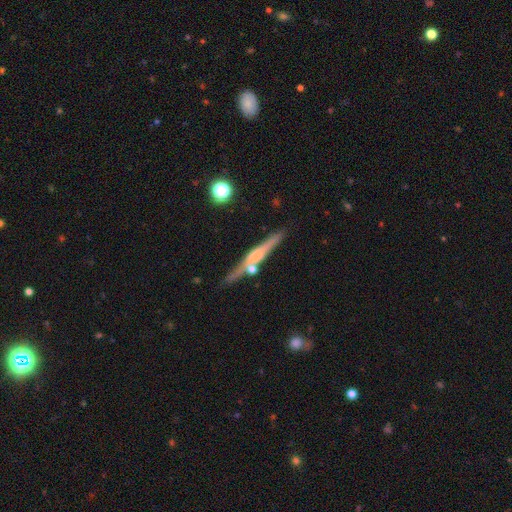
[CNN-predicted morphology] A featured or disk galaxy (63%) viewed edge-on (95%) with a rounded central bulge (53%).

Vote fractions:
- Smooth or featured? featured or disk: 63% / smooth: 30% / star or artifact: 7%
- Edge-on disk? yes: 95% / no: 5%
- Edge-on bulge? rounded: 53% / none: 25% / boxy: 22%
- Merging? none: 77% / minor disturbance: 12% / merger: 8% / major disturbance: 3%